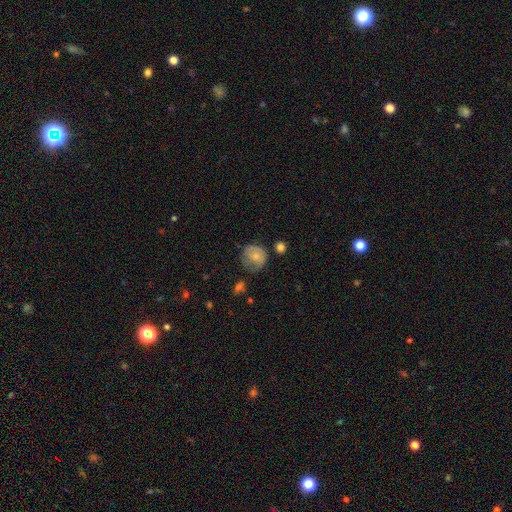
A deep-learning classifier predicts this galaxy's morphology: The model was most divided on "merging": none: 48%, minor disturbance: 33%, major disturbance: 16%, merger: 4%. More confident: how rounded — round (77%); smooth or featured — smooth (69%).